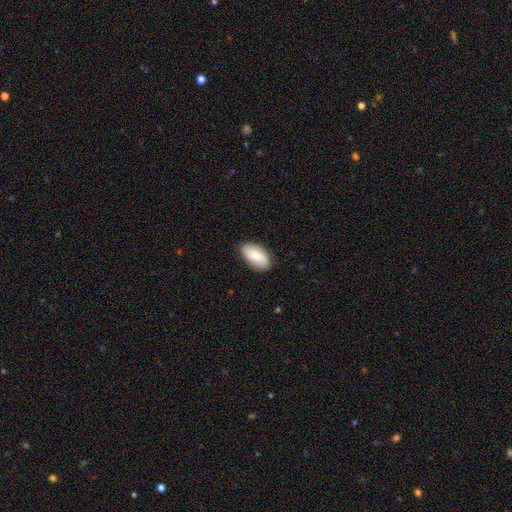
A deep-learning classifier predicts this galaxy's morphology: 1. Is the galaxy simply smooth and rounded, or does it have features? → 70% smooth, 24% featured or disk, 6% star or artifact.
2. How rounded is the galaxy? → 94% in between, 3% round, 3% cigar-shaped.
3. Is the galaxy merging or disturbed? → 85% none, 12% minor disturbance, 2% major disturbance, 1% merger.